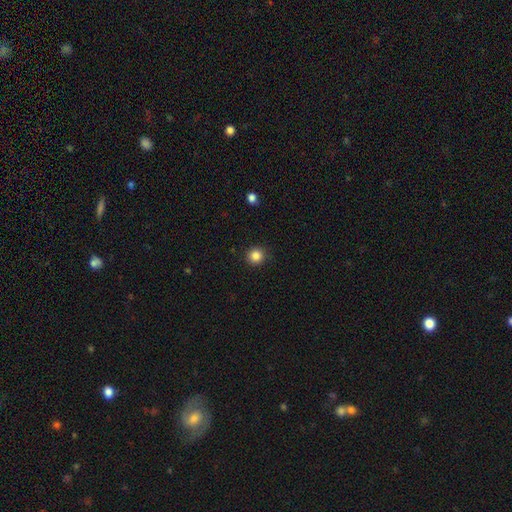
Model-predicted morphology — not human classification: Q: Smooth or featured?
A: smooth (85%); runner-up: star or artifact (11%)
Q: How rounded?
A: round (92%); runner-up: in between (7%)
Q: Merging?
A: none (91%); runner-up: minor disturbance (6%)